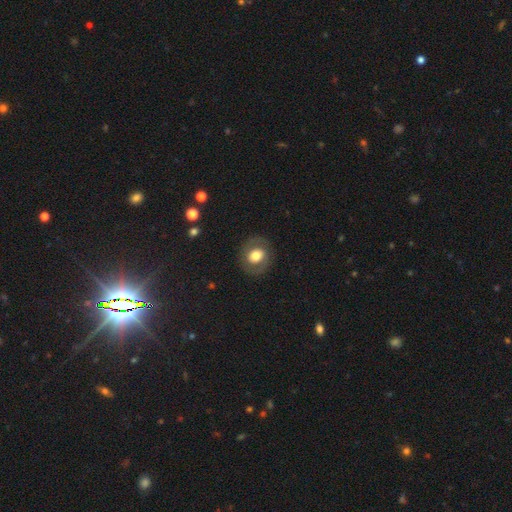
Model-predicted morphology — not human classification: A smooth galaxy with no disk features (61%) that is round (68%).

Vote fractions:
- Smooth or featured? smooth: 61% / featured or disk: 31% / star or artifact: 8%
- How rounded? round: 68% / in between: 31% / cigar-shaped: 1%
- Merging? none: 84% / minor disturbance: 10% / major disturbance: 6% / merger: 1%